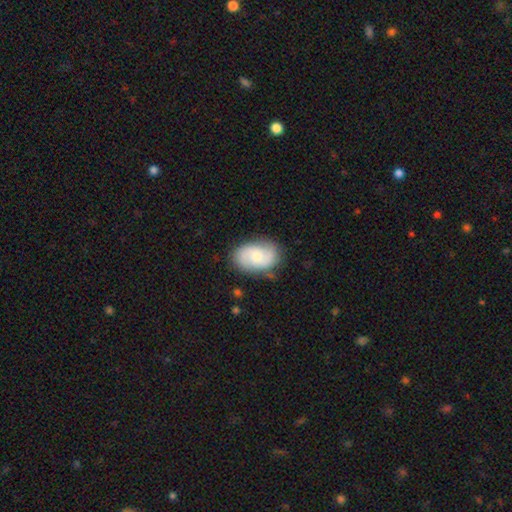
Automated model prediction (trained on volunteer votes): The model was most divided on "smooth or featured": featured or disk: 56%, smooth: 37%, star or artifact: 6%. More confident: edge-on disk — no (97%); spiral arms — yes (87%); merging — none (77%); bar — no (61%); bulge size — moderate (56%).